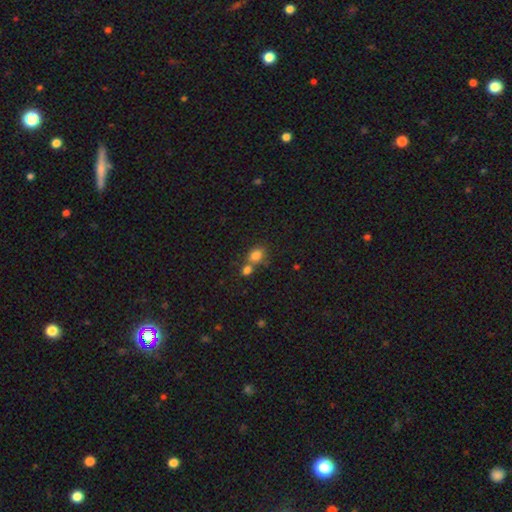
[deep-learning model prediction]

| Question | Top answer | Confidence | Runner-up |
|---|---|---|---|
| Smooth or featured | smooth | 82% | star or artifact (12%) |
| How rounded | round | 53% | in between (46%) |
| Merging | none | 44% | merger (43%) |